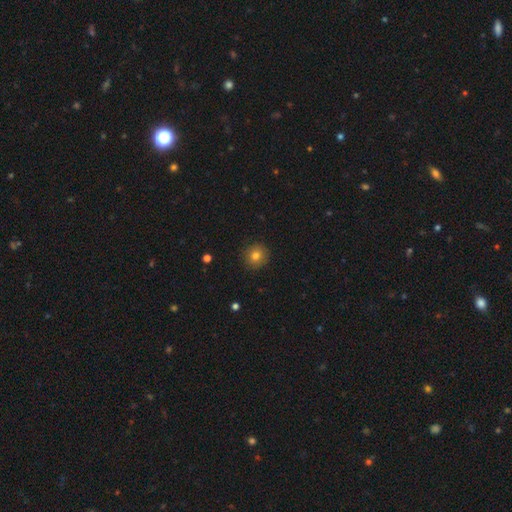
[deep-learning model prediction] Smooth or featured? Predicted: smooth (p=0.79). How rounded? Predicted: round (p=0.92). Merging? Predicted: none (p=0.91).